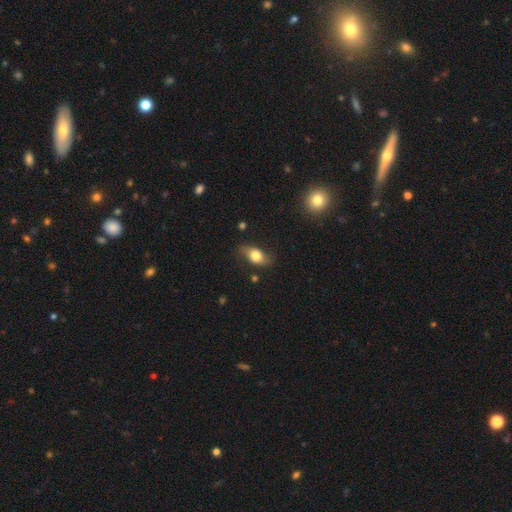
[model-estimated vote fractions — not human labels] Morphology: type=smooth (70%); roundness=in between (82%); merging=none (74%).